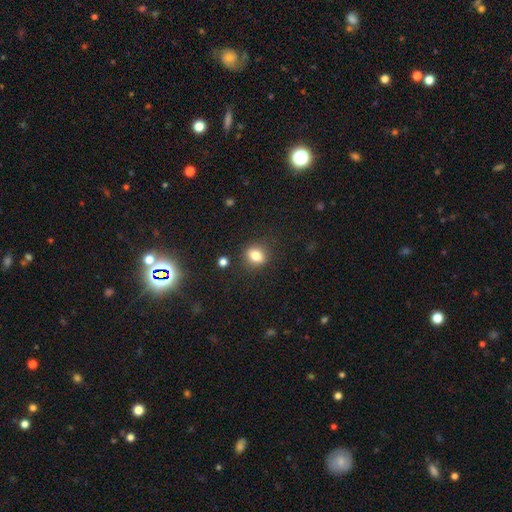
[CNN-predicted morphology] The model was most divided on "how rounded": in between: 52%, round: 46%, cigar-shaped: 2%. More confident: merging — none (86%); smooth or featured — smooth (79%).